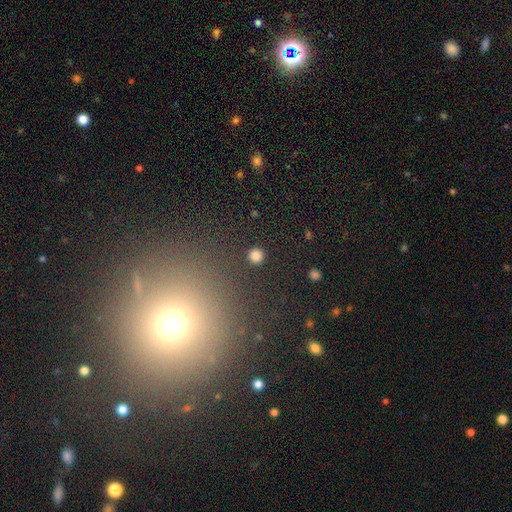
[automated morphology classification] Overall: smooth (83%). How rounded: round (95%). Merging: none (92%).